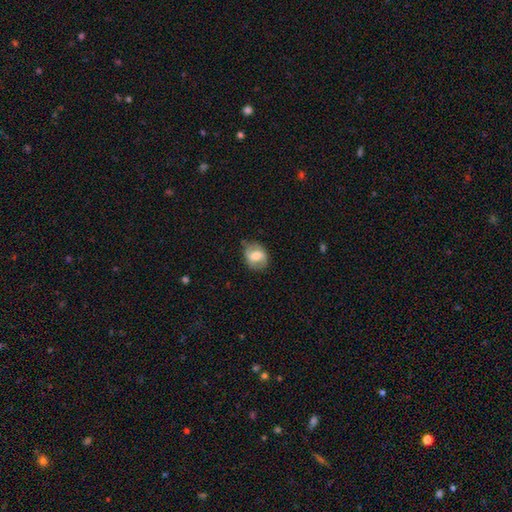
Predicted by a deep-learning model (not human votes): Overall: smooth (47%; featured or disk 46%). Merging: none (70%).